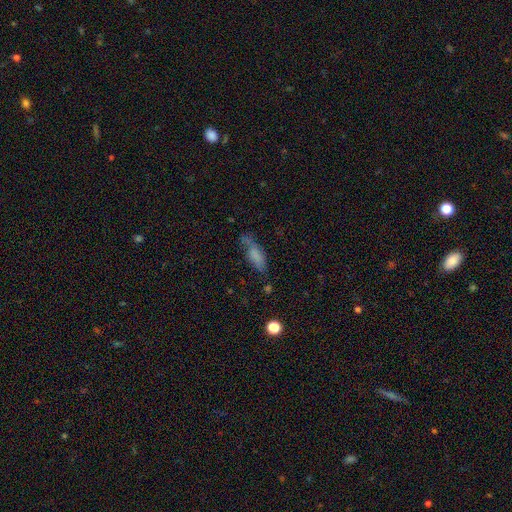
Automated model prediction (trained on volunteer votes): Smooth or featured?
  - smooth: 68% *
  - featured or disk: 21%
  - star or artifact: 10%
How rounded?
  - in between: 59% *
  - cigar-shaped: 38%
  - round: 3%
Merging?
  - none: 50% *
  - minor disturbance: 30%
  - major disturbance: 15%
  - merger: 6%